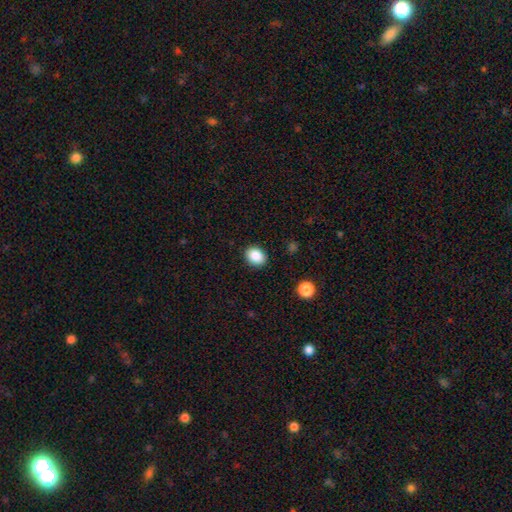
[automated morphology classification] smooth-or-featured: smooth: 87% | star or artifact: 9% | featured or disk: 4%
  how-rounded: in between: 54% | round: 45% | cigar-shaped: 1%
  merging: none: 89% | minor disturbance: 8% | major disturbance: 2% | merger: 1%